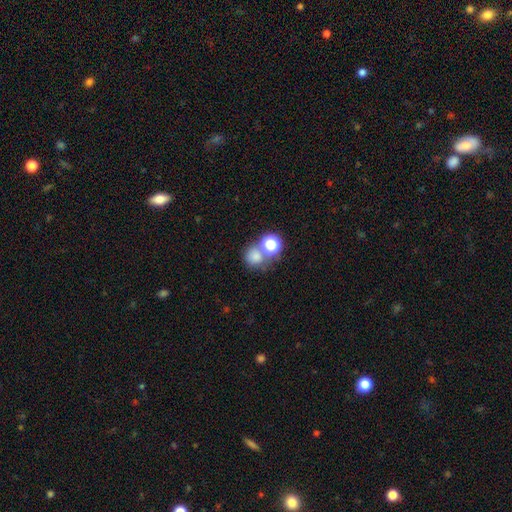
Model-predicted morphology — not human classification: This is likely a smooth galaxy (73%). How rounded: clearly round (84%). Merging: possibly none (52%).